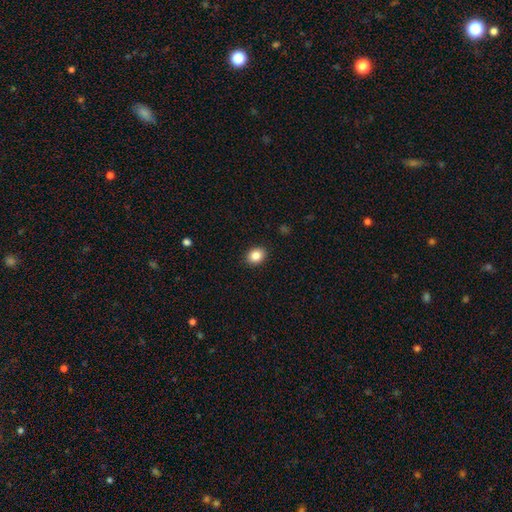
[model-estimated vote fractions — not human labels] Smooth or featured? Predicted: smooth (p=0.86). How rounded? Predicted: in between (p=0.52). Merging? Predicted: none (p=0.90).